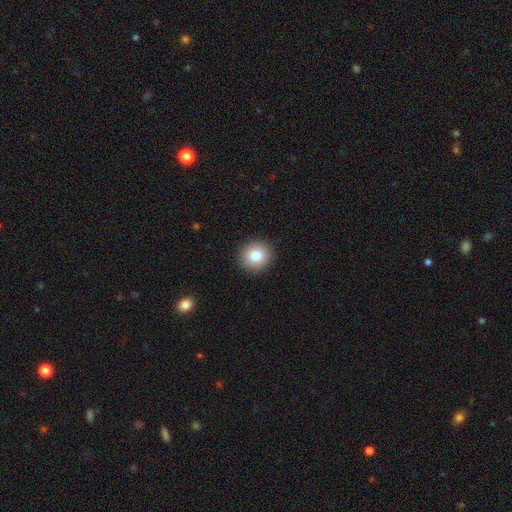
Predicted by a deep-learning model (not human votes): This appears to be a smooth galaxy with no disk features (84%) that is round (91%). Merging: none (92%).